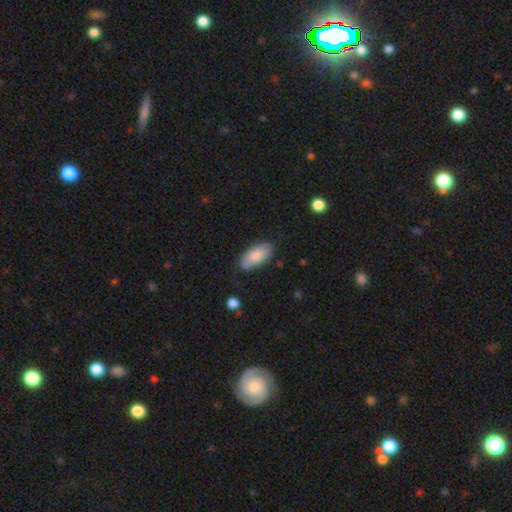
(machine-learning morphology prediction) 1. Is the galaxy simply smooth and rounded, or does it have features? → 84% smooth, 11% featured or disk, 6% star or artifact.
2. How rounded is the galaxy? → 93% in between, 5% cigar-shaped, 2% round.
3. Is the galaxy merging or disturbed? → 75% none, 19% minor disturbance, 4% major disturbance, 2% merger.